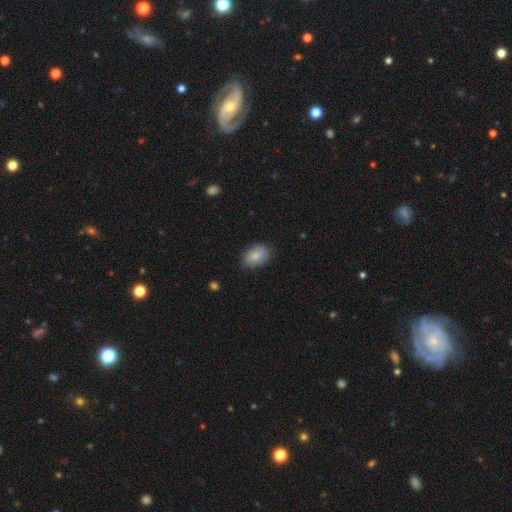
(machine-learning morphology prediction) Smooth or featured?
  - smooth: 83% *
  - featured or disk: 10%
  - star or artifact: 7%
How rounded?
  - in between: 85% *
  - round: 14%
  - cigar-shaped: 1%
Merging?
  - none: 77% *
  - minor disturbance: 18%
  - major disturbance: 4%
  - merger: 1%